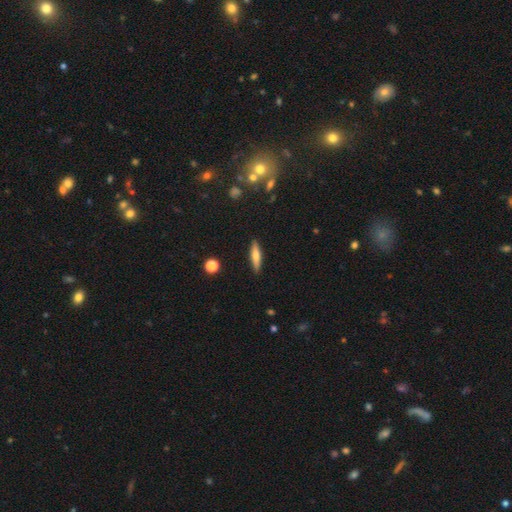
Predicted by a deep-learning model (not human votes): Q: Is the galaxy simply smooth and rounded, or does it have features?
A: smooth — 56%.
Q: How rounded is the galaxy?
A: cigar-shaped — 79%.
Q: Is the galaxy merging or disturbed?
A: none — 90%.